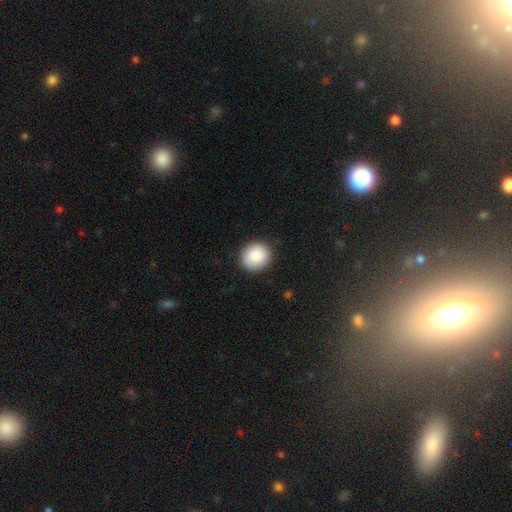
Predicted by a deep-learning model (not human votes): A smooth galaxy with no disk features (88%) that is round (86%).

Vote fractions:
- Smooth or featured? smooth: 88% / star or artifact: 7% / featured or disk: 5%
- How rounded? round: 86% / in between: 13% / cigar-shaped: 1%
- Merging? none: 90% / minor disturbance: 7% / major disturbance: 2% / merger: 1%